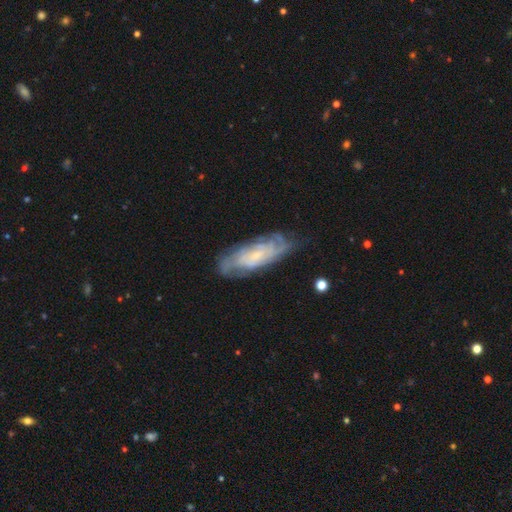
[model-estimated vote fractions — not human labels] smooth-or-featured: featured or disk: 75% | smooth: 19% | star or artifact: 6%
  disk-edge-on: no: 86% | yes: 14%
    bar: no: 69% | weak: 25% | strong: 6%
    has-spiral-arms: yes: 91% | no: 9%
      spiral-winding: tight: 63% | medium: 29% | loose: 8%
      spiral-arm-count: can't tell: 51% | 2: 17% | 3: 12% | 4: 11% | more than 4: 5% | 1: 4%
    bulge-size: small: 70% | moderate: 20% | none: 7% | large: 2% | dominant: 1%
  merging: none: 74% | minor disturbance: 19% | major disturbance: 6% | merger: 2%